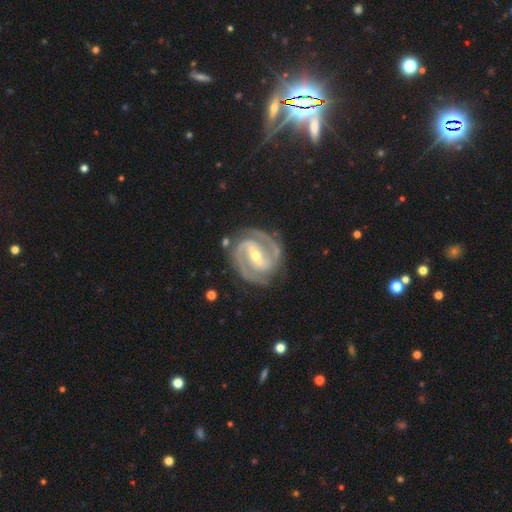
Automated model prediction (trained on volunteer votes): smooth_or_featured: featured or disk (p=0.93) [alt: star or artifact p=0.04]
disk_edge_on: no (p=0.97) [alt: yes p=0.03]
bar: strong (p=0.63) [alt: weak p=0.28]
has_spiral_arms: yes (p=0.98) [alt: no p=0.02]
spiral_winding: tight (p=0.58) [alt: medium p=0.38]
spiral_arm_count: 2 (p=0.91) [alt: 3 p=0.04]
bulge_size: moderate (p=0.49) [alt: small p=0.47]
merging: none (p=0.83) [alt: minor disturbance p=0.12]